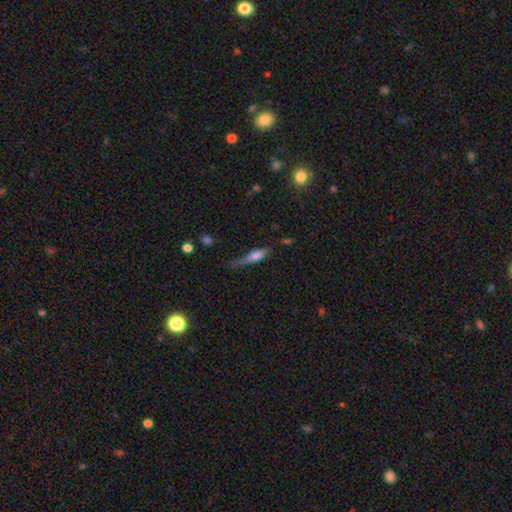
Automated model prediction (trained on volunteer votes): smooth-or-featured: smooth: 56% | featured or disk: 36% | star or artifact: 8%
  how-rounded: cigar-shaped: 71% | in between: 26% | round: 3%
  merging: none: 47% | minor disturbance: 34% | major disturbance: 16% | merger: 4%